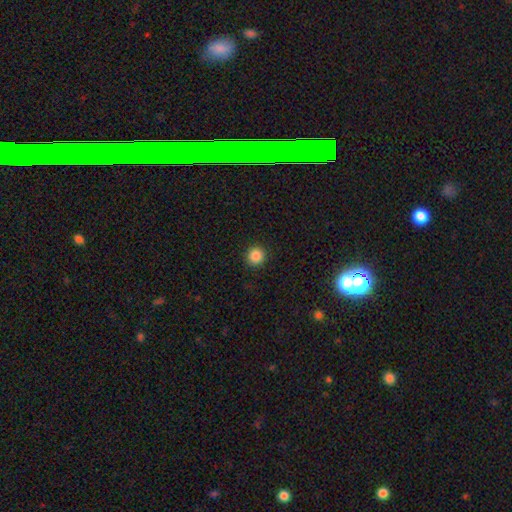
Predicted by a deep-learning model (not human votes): Smooth or featured?
  - smooth: 86% *
  - star or artifact: 10%
  - featured or disk: 3%
How rounded?
  - round: 94% *
  - in between: 5%
  - cigar-shaped: 1%
Merging?
  - none: 92% *
  - minor disturbance: 5%
  - major disturbance: 2%
  - merger: 1%